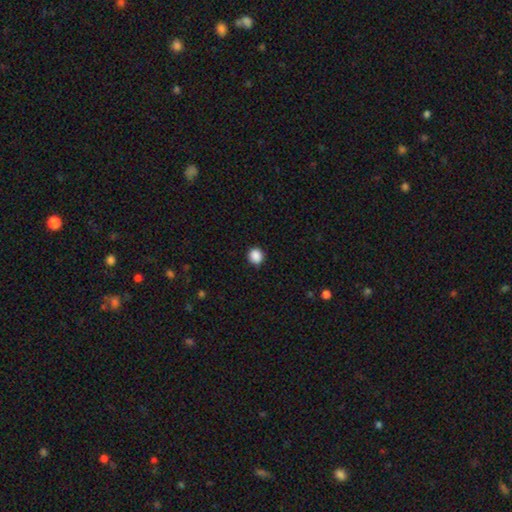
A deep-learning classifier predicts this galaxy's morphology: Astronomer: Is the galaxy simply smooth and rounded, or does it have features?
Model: smooth — 88%.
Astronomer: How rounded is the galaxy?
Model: round — 87%.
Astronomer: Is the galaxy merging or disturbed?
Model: none — 90%.